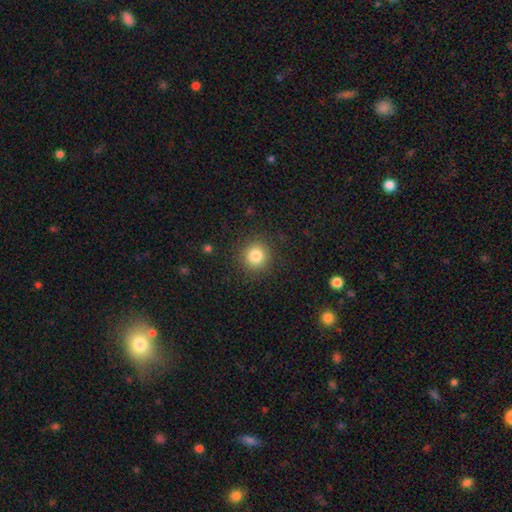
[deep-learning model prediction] This appears to be a smooth galaxy with no disk features (82%) that is round (93%). Merging: none (90%).